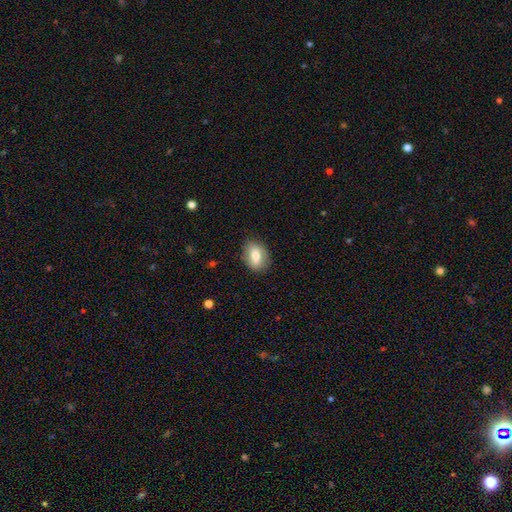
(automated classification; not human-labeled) Smooth or featured?
  - smooth: 67% *
  - featured or disk: 25%
  - star or artifact: 7%
How rounded?
  - in between: 74% *
  - round: 24%
  - cigar-shaped: 2%
Merging?
  - none: 82% *
  - minor disturbance: 14%
  - major disturbance: 3%
  - merger: 1%